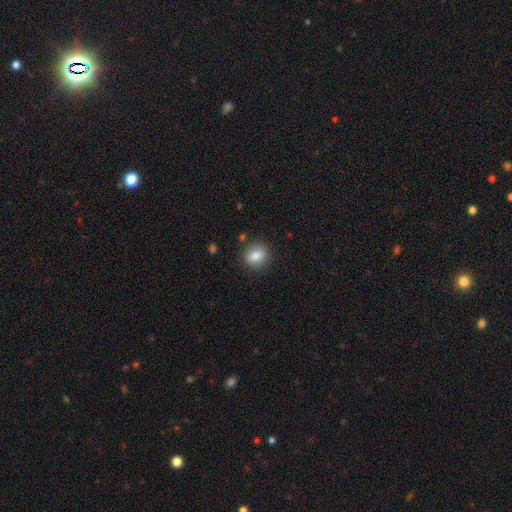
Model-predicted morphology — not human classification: smooth-or-featured: smooth: 84% | star or artifact: 9% | featured or disk: 7%
  how-rounded: round: 73% | in between: 26% | cigar-shaped: 1%
  merging: none: 86% | minor disturbance: 9% | major disturbance: 3% | merger: 2%